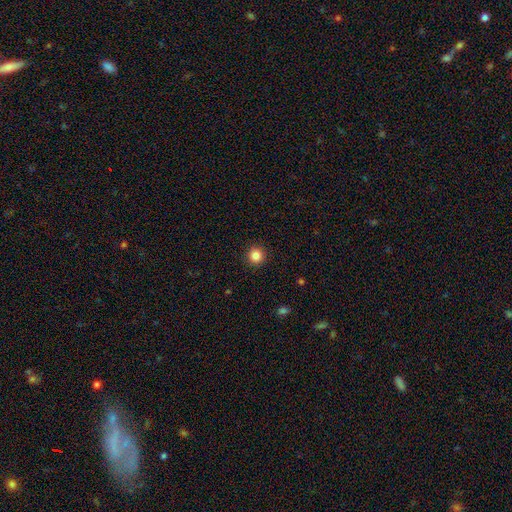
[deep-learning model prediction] smooth_or_featured: smooth (p=0.85) [alt: star or artifact p=0.11]
how_rounded: round (p=0.95) [alt: in between p=0.04]
merging: none (p=0.92) [alt: minor disturbance p=0.05]